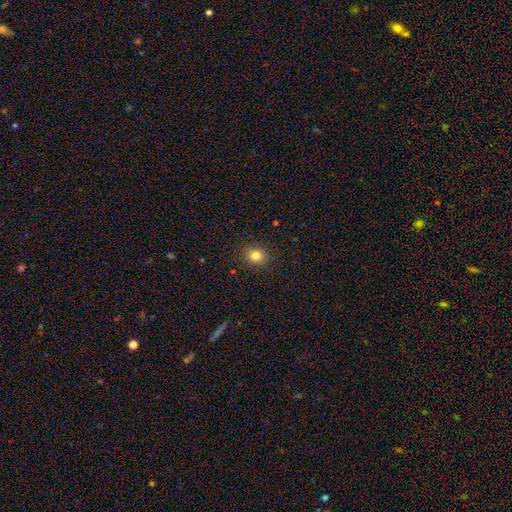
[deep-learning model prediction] Smooth or featured?
  - smooth: 82% *
  - star or artifact: 12%
  - featured or disk: 6%
How rounded?
  - round: 79% *
  - in between: 20%
  - cigar-shaped: 1%
Merging?
  - none: 90% *
  - minor disturbance: 7%
  - major disturbance: 2%
  - merger: 1%